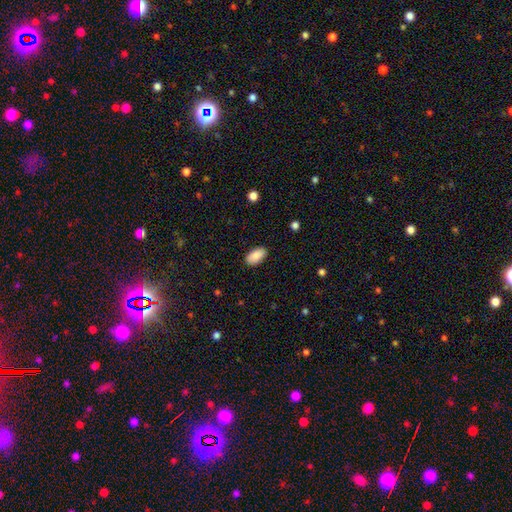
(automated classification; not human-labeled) Smooth or featured?
  - smooth: 88% *
  - star or artifact: 7%
  - featured or disk: 5%
How rounded?
  - in between: 95% *
  - round: 3%
  - cigar-shaped: 2%
Merging?
  - none: 88% *
  - minor disturbance: 9%
  - major disturbance: 2%
  - merger: 1%